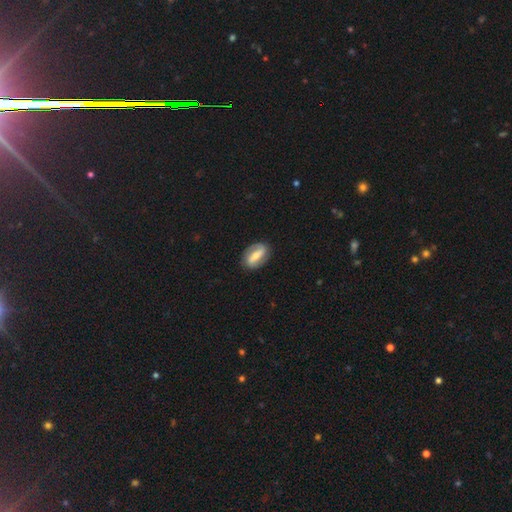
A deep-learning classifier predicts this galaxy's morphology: Overall: featured or disk (66%; smooth 28%). Edge-on disk: no (93%). Bar: strong (58%; weak 28%). Spiral arms: yes (80%). Bulge size: moderate (49%; small 37%). Merging: none (85%).